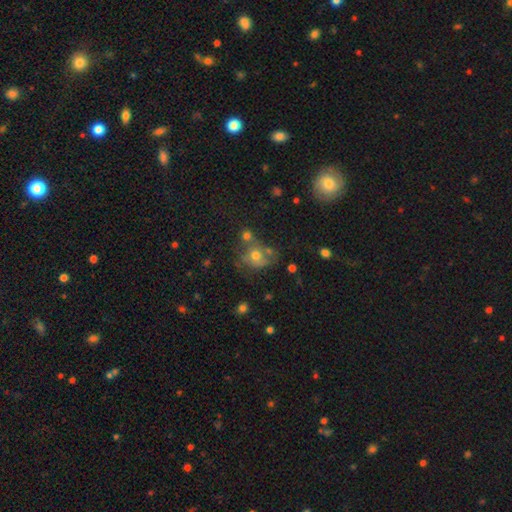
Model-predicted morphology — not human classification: This appears to be a smooth galaxy with no disk features (59%) that is round (65%). Merging: none (40%).